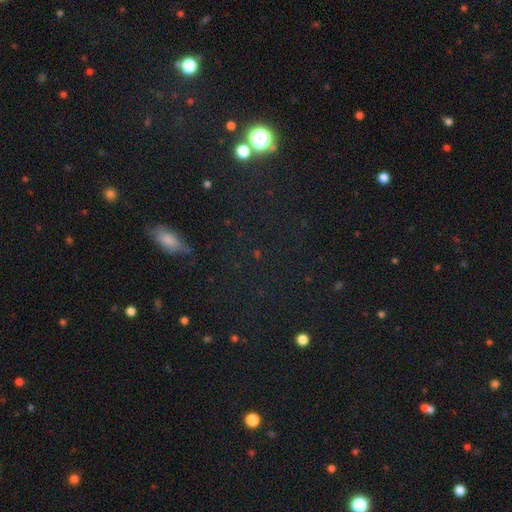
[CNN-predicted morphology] Smooth or featured: star or artifact — 52% (smooth — 36%)